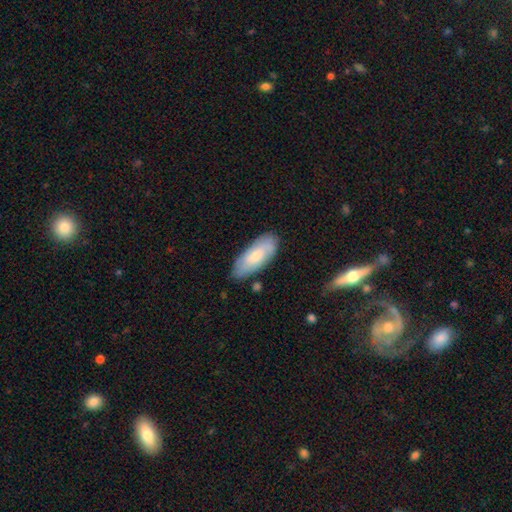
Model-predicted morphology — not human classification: smooth-or-featured: smooth: 68% | featured or disk: 27% | star or artifact: 6%
  how-rounded: in between: 81% | cigar-shaped: 17% | round: 2%
  merging: none: 78% | minor disturbance: 17% | major disturbance: 3% | merger: 2%